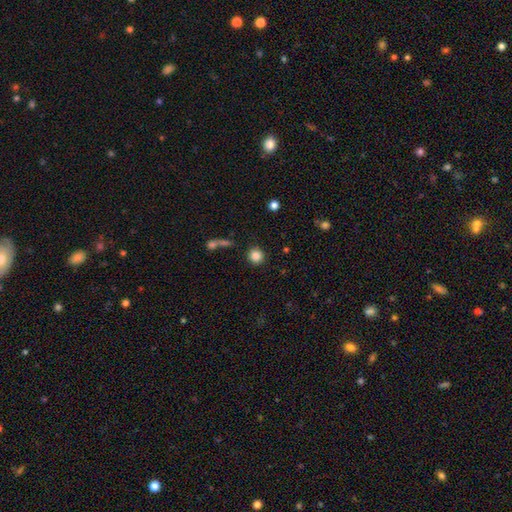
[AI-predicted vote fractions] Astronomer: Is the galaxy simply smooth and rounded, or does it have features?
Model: smooth — 85%.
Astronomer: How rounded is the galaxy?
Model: round — 91%.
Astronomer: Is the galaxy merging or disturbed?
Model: none — 87%.